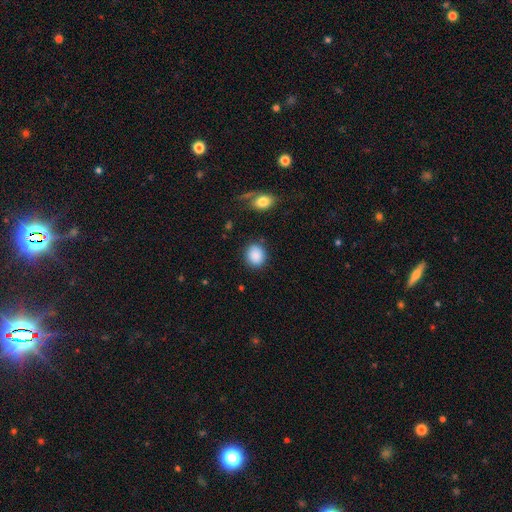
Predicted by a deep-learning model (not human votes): Q: Smooth or featured?
A: smooth (89%); runner-up: star or artifact (8%)
Q: How rounded?
A: round (64%); runner-up: in between (35%)
Q: Merging?
A: none (84%); runner-up: minor disturbance (10%)